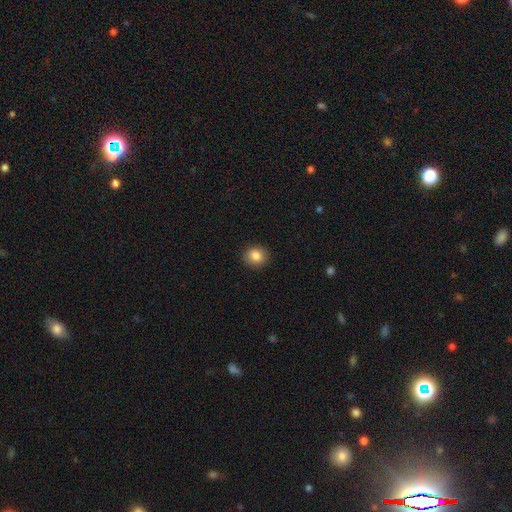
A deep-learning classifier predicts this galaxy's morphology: smooth-or-featured: smooth: 85% | star or artifact: 9% | featured or disk: 6%
  how-rounded: round: 77% | in between: 23% | cigar-shaped: 1%
  merging: none: 90% | minor disturbance: 7% | major disturbance: 2% | merger: 1%